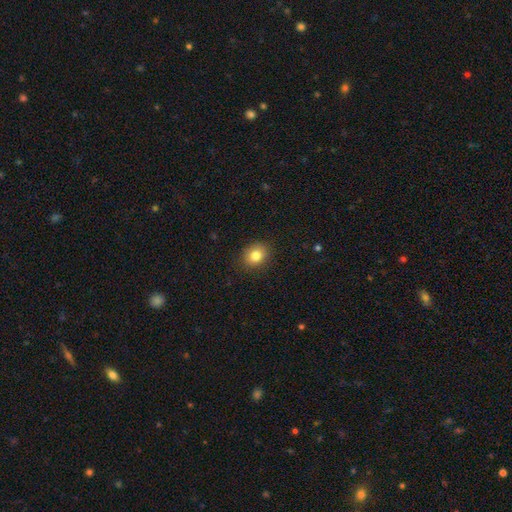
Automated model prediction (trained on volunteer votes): This is clearly a smooth galaxy (83%). How rounded: possibly round (59%). Merging: clearly none (88%).